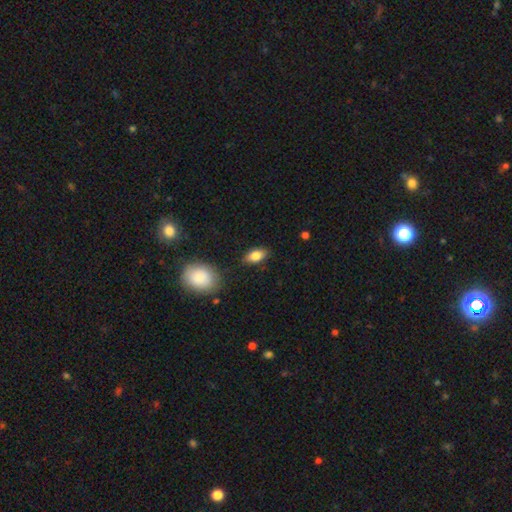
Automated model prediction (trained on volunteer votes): A smooth galaxy with no disk features (81%) that is in between round and cigar-shaped (89%).

Vote fractions:
- Smooth or featured? smooth: 81% / featured or disk: 11% / star or artifact: 8%
- How rounded? in between: 89% / round: 6% / cigar-shaped: 6%
- Merging? none: 84% / minor disturbance: 11% / major disturbance: 2% / merger: 2%